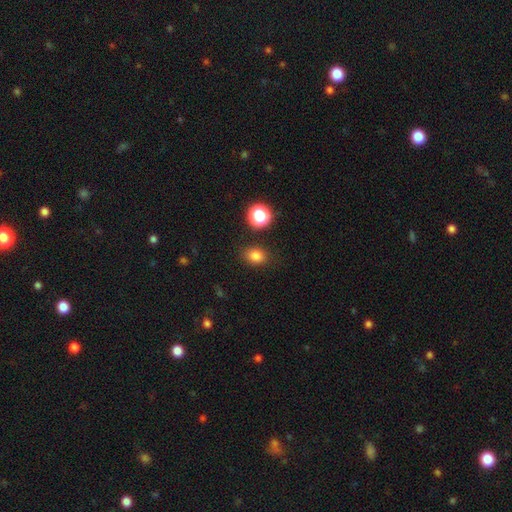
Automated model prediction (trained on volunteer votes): Smooth or featured? smooth (81%)
How rounded? in between (58%)
Merging? none (85%)